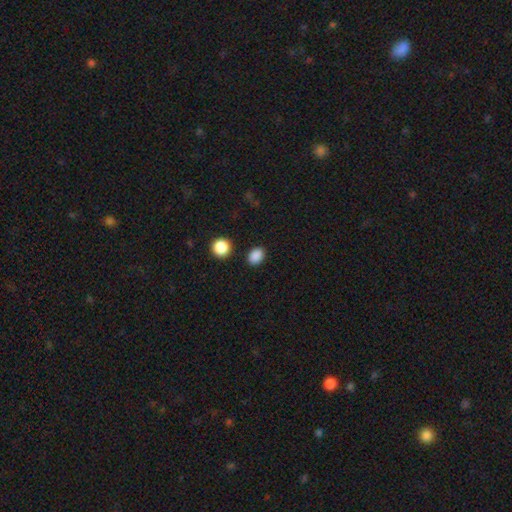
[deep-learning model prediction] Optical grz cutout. It shows a smooth galaxy with no disk features (87%) that is in between round and cigar-shaped (62%). Merging: none (87%).